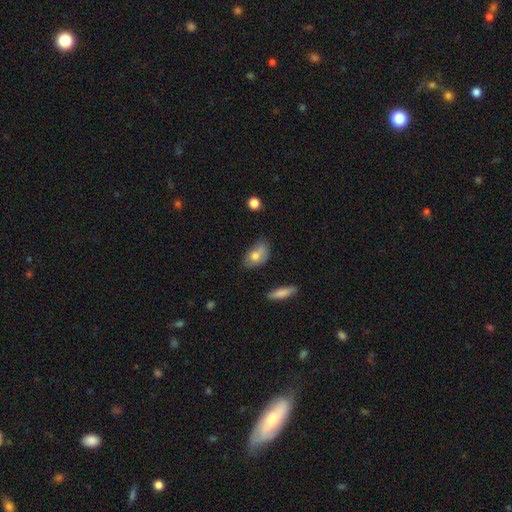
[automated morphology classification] Smooth or featured? Predicted: smooth (p=0.74). How rounded? Predicted: in between (p=0.85). Merging? Predicted: none (p=0.49).